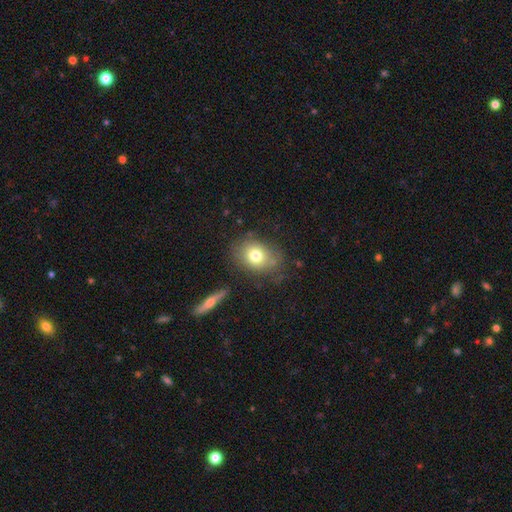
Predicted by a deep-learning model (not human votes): Morphology: type=smooth (74%); roundness=in between (51%); merging=none (71%).